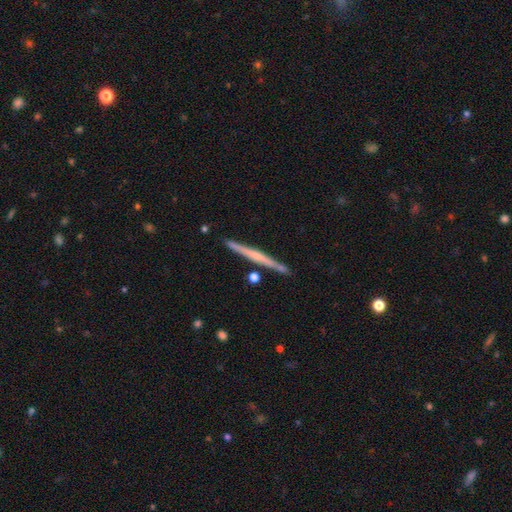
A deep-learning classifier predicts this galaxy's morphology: Q: Smooth or featured?
A: featured or disk (64%); runner-up: smooth (31%)
Q: Edge-on disk?
A: yes (98%); runner-up: no (2%)
Q: Edge-on bulge?
A: none (51%); runner-up: rounded (38%)
Q: Merging?
A: none (87%); runner-up: minor disturbance (8%)